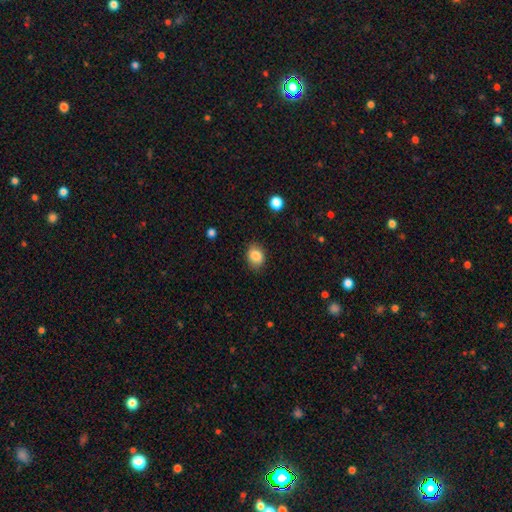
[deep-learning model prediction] Smooth or featured? Predicted: smooth (p=0.85). How rounded? Predicted: in between (p=0.53). Merging? Predicted: none (p=0.84).